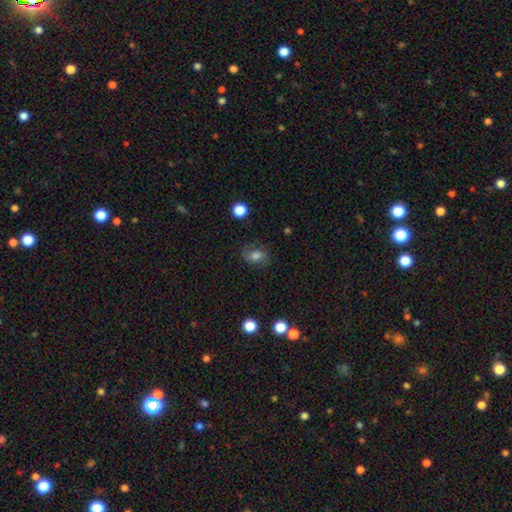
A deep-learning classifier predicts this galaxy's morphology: Smooth or featured: smooth — 68% (featured or disk — 20%)
How rounded: in between — 70% (round — 28%)
Merging: none — 73% (minor disturbance — 19%)